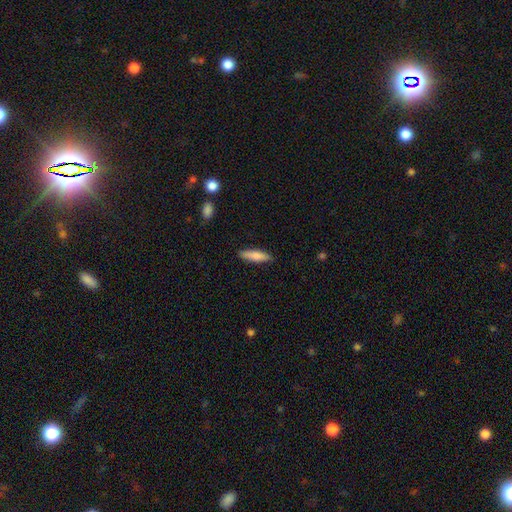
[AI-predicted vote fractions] Q: Smooth or featured?
A: smooth (82%); runner-up: featured or disk (13%)
Q: How rounded?
A: cigar-shaped (69%); runner-up: in between (29%)
Q: Merging?
A: none (87%); runner-up: minor disturbance (10%)